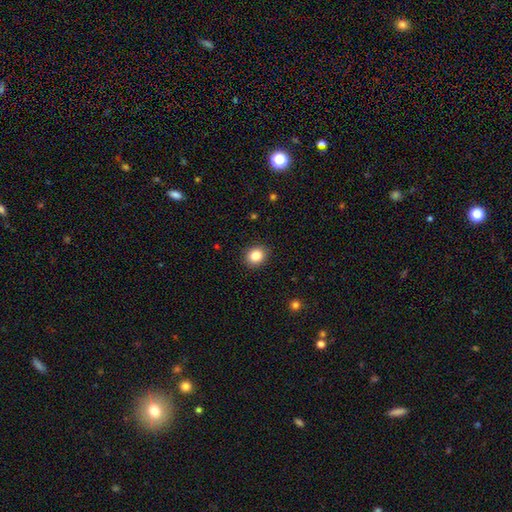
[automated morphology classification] This appears to be a smooth galaxy with no disk features (85%) that is round (67%). Merging: none (89%).